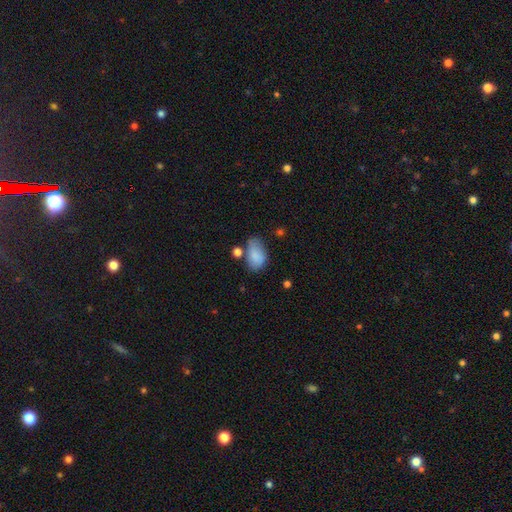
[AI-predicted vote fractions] The model was most divided on "merging": none: 46%, minor disturbance: 32%, major disturbance: 12%, merger: 10%. More confident: how rounded — in between (89%); smooth or featured — smooth (83%).